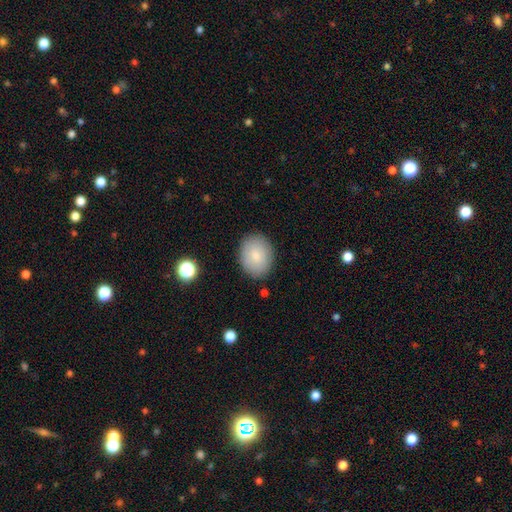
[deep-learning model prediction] smooth 82%, featured or disk 11%, star or artifact 7%. Down the decision tree: how rounded — in between (57%); merging — none (86%).